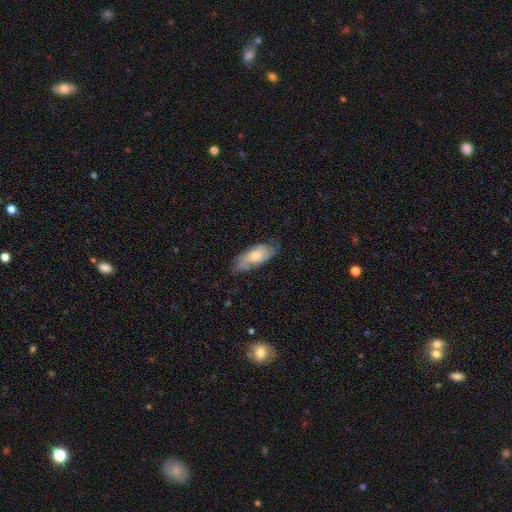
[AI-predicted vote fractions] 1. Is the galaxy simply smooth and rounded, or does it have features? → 61% smooth, 33% featured or disk, 6% star or artifact.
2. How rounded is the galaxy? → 80% in between, 17% cigar-shaped, 2% round.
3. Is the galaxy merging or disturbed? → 62% none, 29% minor disturbance, 8% major disturbance, 2% merger.